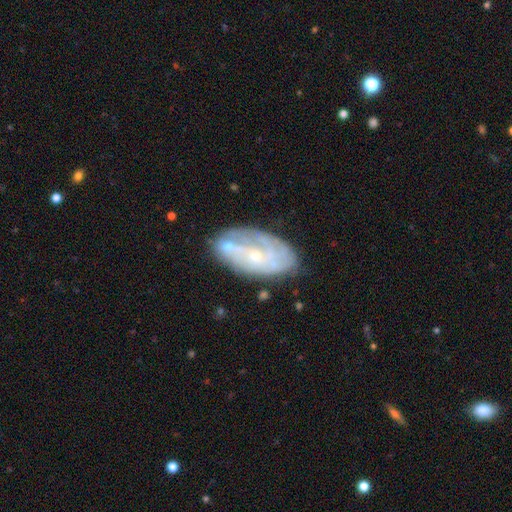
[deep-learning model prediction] Smooth or featured?
  - featured or disk: 69% *
  - smooth: 23%
  - star or artifact: 8%
Edge-on disk?
  - no: 94% *
  - yes: 6%
Bar?
  - no: 75% *
  - weak: 20%
  - strong: 5%
Spiral arms?
  - yes: 67% *
  - no: 33%
Bulge size?
  - small: 75% *
  - moderate: 19%
  - none: 3%
  - large: 1%
  - dominant: 1%
Merging?
  - none: 59% *
  - minor disturbance: 22%
  - merger: 10%
  - major disturbance: 9%